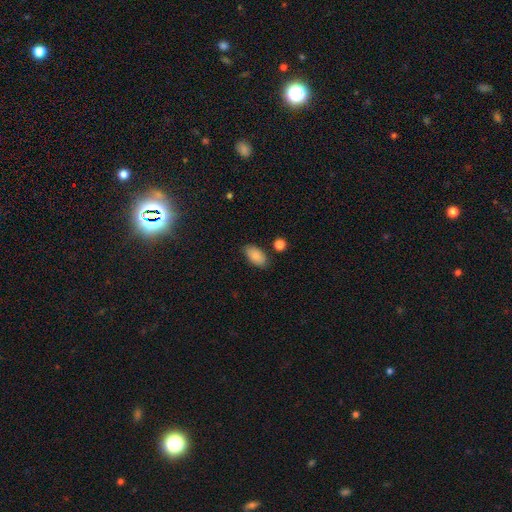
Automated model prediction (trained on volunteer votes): smooth 88%, star or artifact 7%, featured or disk 5%. Down the decision tree: how rounded — in between (93%); merging — none (82%).